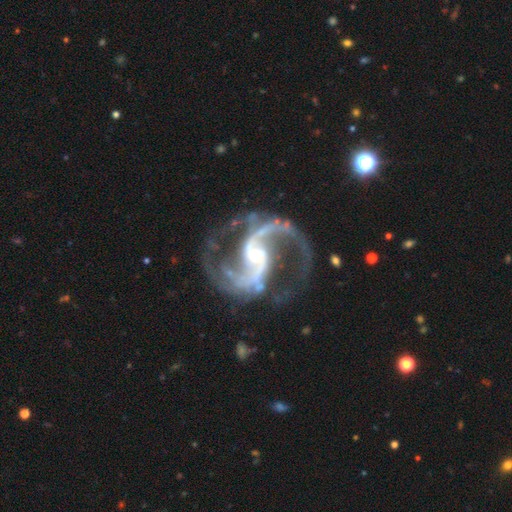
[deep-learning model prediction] This appears to be a featured or disk galaxy (94%) with a weak bar (36%), 2 (92%) medium (61%) spiral arms (99%) and a small central bulge (65%). Merging: none (74%).